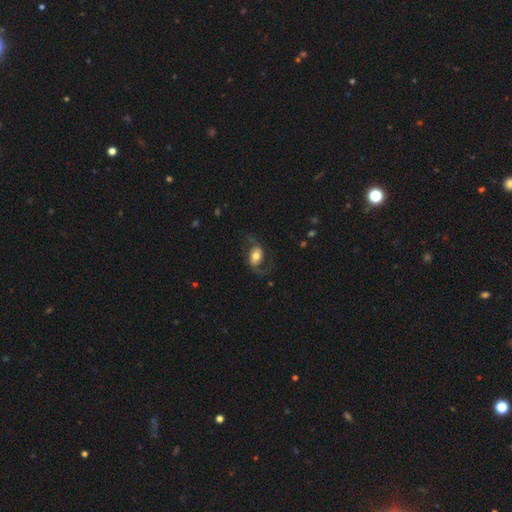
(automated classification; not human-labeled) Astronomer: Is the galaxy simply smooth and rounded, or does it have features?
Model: featured or disk — 57% (runner-up: smooth, 36%).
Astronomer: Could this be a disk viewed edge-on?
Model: no — 95%.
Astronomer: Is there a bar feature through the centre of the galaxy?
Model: no — 53% (runner-up: weak, 31%).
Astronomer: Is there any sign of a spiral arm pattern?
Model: yes — 84%.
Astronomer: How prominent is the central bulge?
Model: moderate — 58%.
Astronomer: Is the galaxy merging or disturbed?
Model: none — 62%.